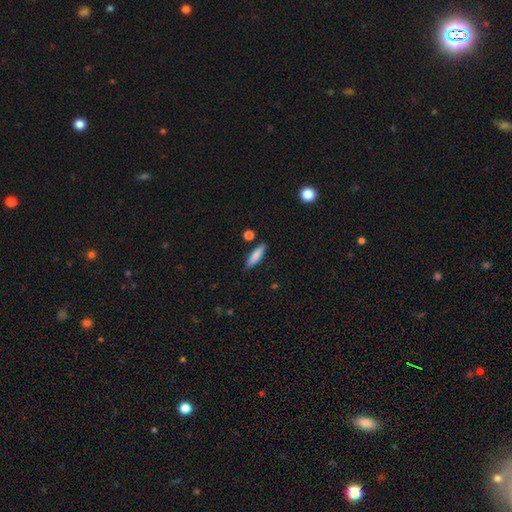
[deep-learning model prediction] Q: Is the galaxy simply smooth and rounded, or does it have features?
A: smooth — 82%.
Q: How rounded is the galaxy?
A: cigar-shaped — 74%.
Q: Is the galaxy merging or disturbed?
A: none — 84%.